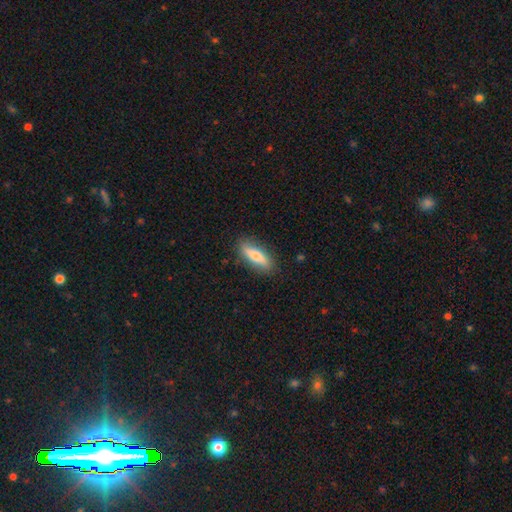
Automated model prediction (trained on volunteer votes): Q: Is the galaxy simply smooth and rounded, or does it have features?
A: smooth — 70%.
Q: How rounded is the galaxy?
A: in between — 51%.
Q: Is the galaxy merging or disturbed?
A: none — 86%.